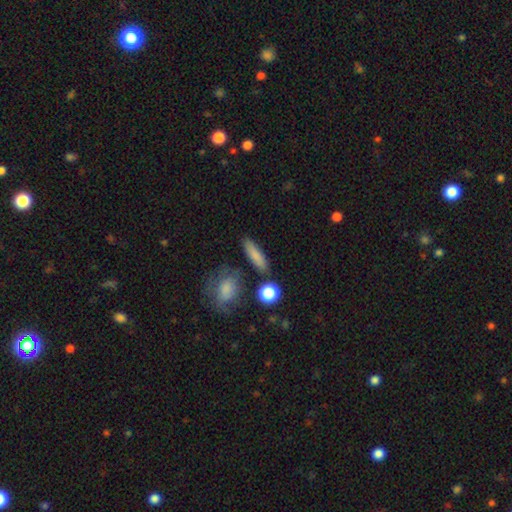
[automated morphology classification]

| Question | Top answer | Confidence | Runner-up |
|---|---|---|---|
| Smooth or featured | smooth | 82% | featured or disk (10%) |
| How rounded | cigar-shaped | 60% | in between (31%) |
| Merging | none | 81% | minor disturbance (11%) |